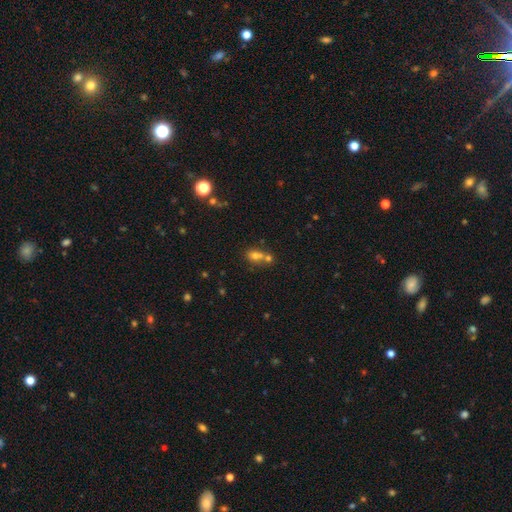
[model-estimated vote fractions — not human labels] Smooth or featured? smooth (66%)
How rounded? round (58%)
Merging? merger (51%)